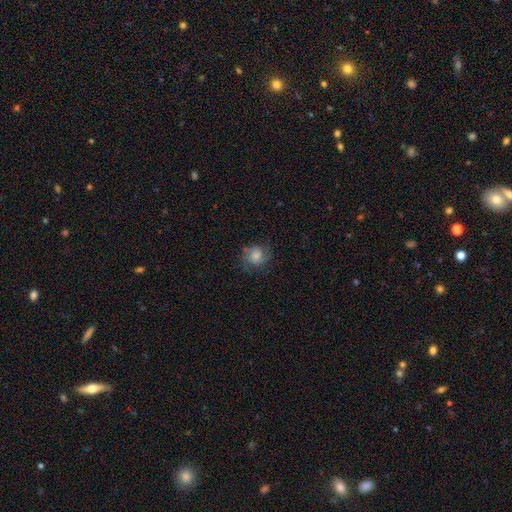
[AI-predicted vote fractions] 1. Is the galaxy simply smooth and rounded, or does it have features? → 51% smooth, 39% featured or disk, 9% star or artifact.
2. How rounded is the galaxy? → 77% round, 22% in between, 1% cigar-shaped.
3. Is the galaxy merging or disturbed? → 69% none, 20% minor disturbance, 10% major disturbance, 1% merger.